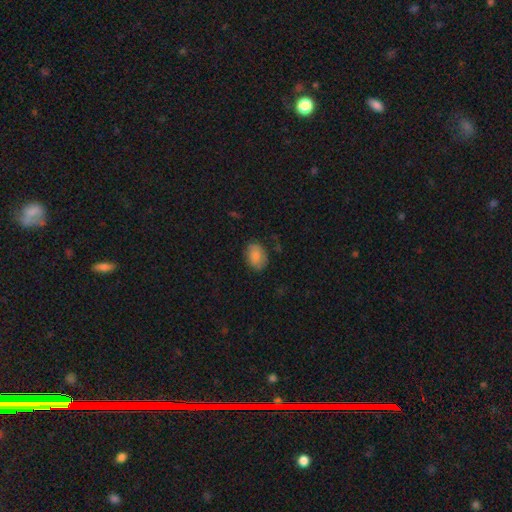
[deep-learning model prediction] The model was most divided on "how rounded": in between: 72%, round: 27%, cigar-shaped: 1%. More confident: smooth or featured — smooth (85%); merging — none (78%).